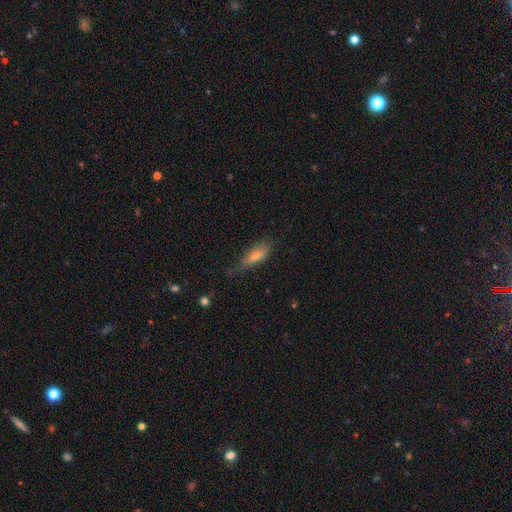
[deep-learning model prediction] smooth_or_featured: smooth (p=0.66) [alt: featured or disk p=0.25]
how_rounded: in between (p=0.53) [alt: cigar-shaped p=0.44]
merging: none (p=0.56) [alt: minor disturbance p=0.32]